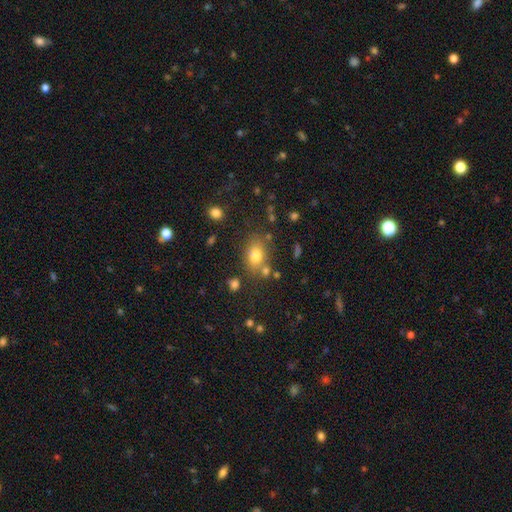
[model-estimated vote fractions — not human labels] A smooth galaxy with no disk features (77%) that is in between round and cigar-shaped (73%).

Vote fractions:
- Smooth or featured? smooth: 77% / star or artifact: 13% / featured or disk: 10%
- How rounded? in between: 73% / round: 25% / cigar-shaped: 2%
- Merging? none: 69% / minor disturbance: 15% / merger: 11% / major disturbance: 5%